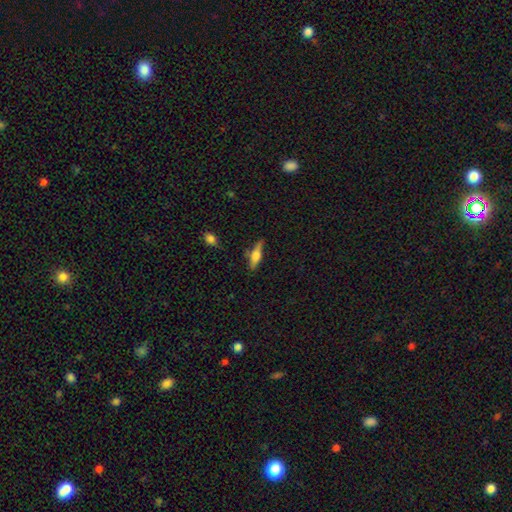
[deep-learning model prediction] A smooth galaxy with no disk features (52%) that is cigar-shaped (57%).

Vote fractions:
- Smooth or featured? smooth: 52% / featured or disk: 40% / star or artifact: 7%
- How rounded? cigar-shaped: 57% / in between: 40% / round: 3%
- Merging? none: 74% / minor disturbance: 18% / major disturbance: 5% / merger: 4%